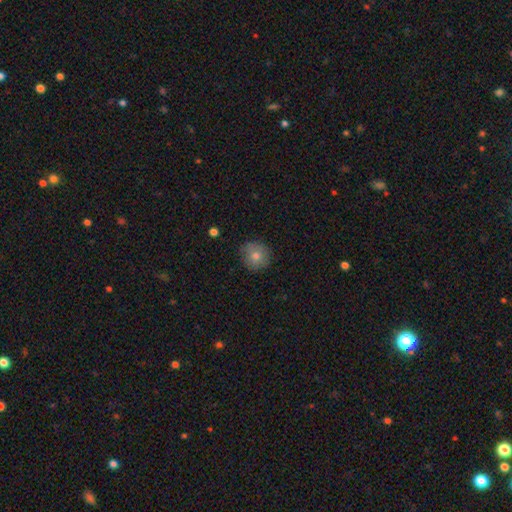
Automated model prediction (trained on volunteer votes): Overall: smooth (74%). How rounded: round (93%). Merging: none (84%).